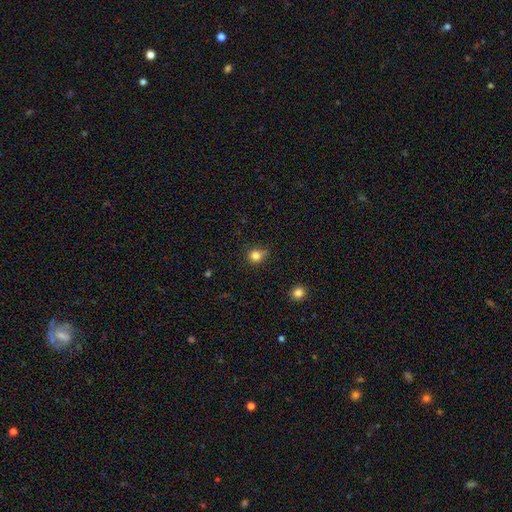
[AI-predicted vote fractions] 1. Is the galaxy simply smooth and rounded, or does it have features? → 82% smooth, 13% star or artifact, 5% featured or disk.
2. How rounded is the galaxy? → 88% round, 11% in between, 1% cigar-shaped.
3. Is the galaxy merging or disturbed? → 68% none, 21% minor disturbance, 6% merger, 5% major disturbance.